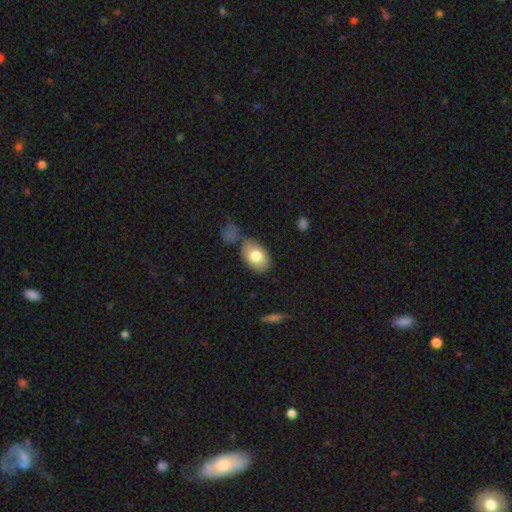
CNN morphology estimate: A smooth galaxy with no disk features (78%) that is in between round and cigar-shaped (87%).

Vote fractions:
- Smooth or featured? smooth: 78% / featured or disk: 16% / star or artifact: 7%
- How rounded? in between: 87% / round: 11% / cigar-shaped: 1%
- Merging? none: 67% / minor disturbance: 18% / merger: 10% / major disturbance: 5%